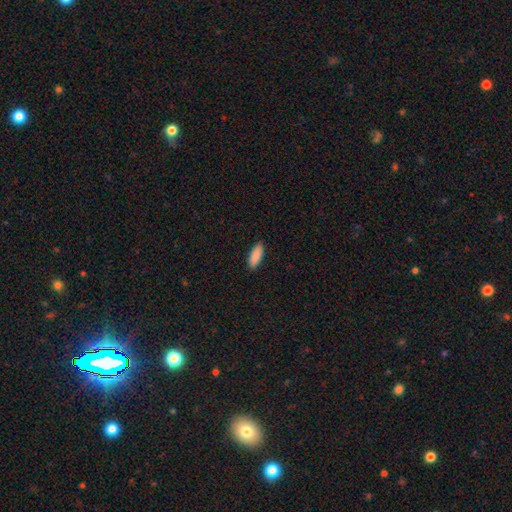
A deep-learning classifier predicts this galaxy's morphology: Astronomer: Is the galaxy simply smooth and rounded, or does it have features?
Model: smooth — 90%.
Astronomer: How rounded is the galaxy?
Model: in between — 66%.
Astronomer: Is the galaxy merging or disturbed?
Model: none — 90%.